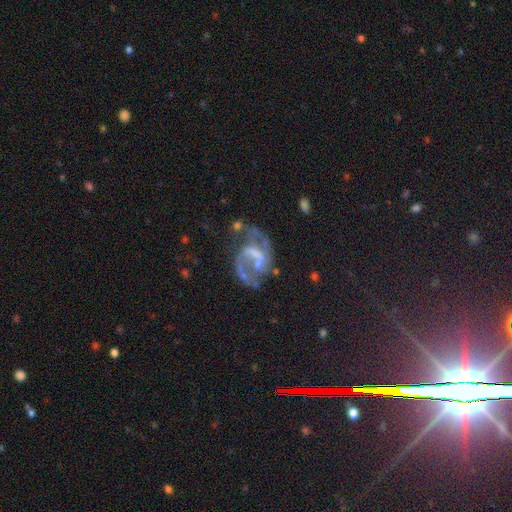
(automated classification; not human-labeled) The model was most divided on "merging": none: 40%, major disturbance: 32%, minor disturbance: 19%, merger: 8%. Remaining: edge-on disk — no (98%); spiral arms — yes (83%); smooth or featured — featured or disk (82%); spiral arm count — 2 (70%); bulge size — none (48%); spiral winding — medium (48%); bar — weak (45%).